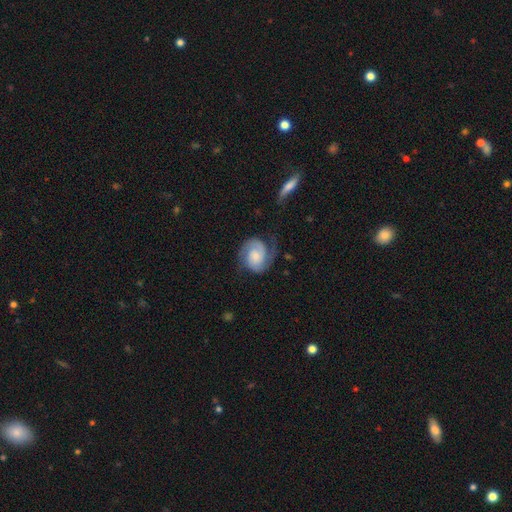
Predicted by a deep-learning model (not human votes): Smooth or featured? Predicted: featured or disk (p=0.78). Edge-on disk? Predicted: no (p=0.98). Bar? Predicted: no (p=0.66). Spiral arms? Predicted: yes (p=0.96). Spiral winding? Predicted: tight (p=0.44). Spiral arm count? Predicted: 2 (p=0.80). Bulge size? Predicted: small (p=0.34). Merging? Predicted: none (p=0.60).